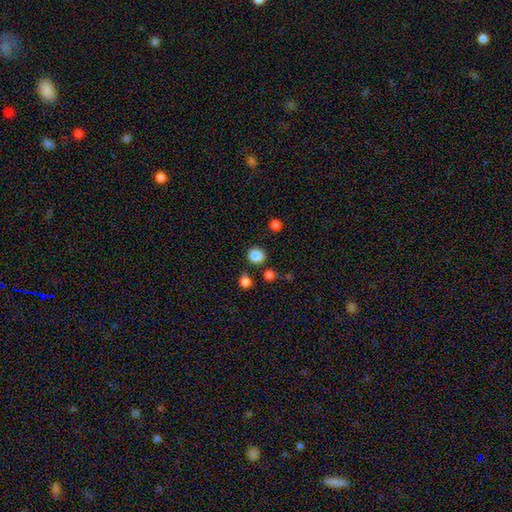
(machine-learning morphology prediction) Smooth or featured: smooth — 85% (star or artifact — 11%)
How rounded: round — 79% (in between — 20%)
Merging: none — 81% (minor disturbance — 10%)